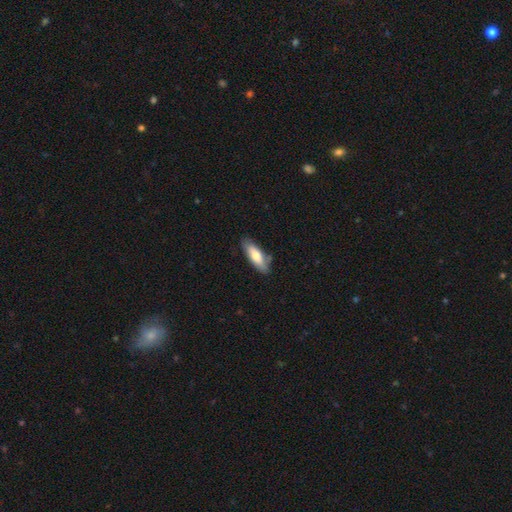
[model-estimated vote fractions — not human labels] Smooth or featured? smooth (72%)
How rounded? in between (61%)
Merging? none (77%)